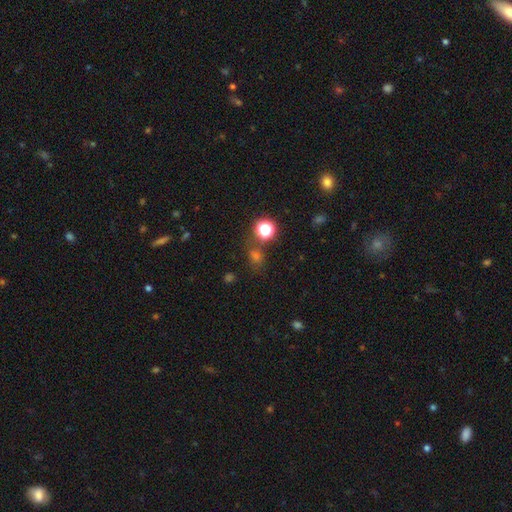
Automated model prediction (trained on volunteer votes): The model was most divided on "smooth or featured": smooth: 50%, star or artifact: 43%, featured or disk: 7%. More confident: merging — none (74%).